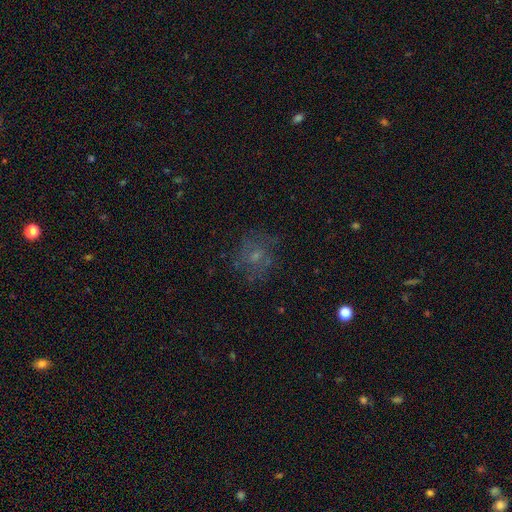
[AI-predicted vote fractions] Smooth or featured?
  - smooth: 46% *
  - featured or disk: 35%
  - star or artifact: 19%
Merging?
  - none: 66% *
  - minor disturbance: 18%
  - major disturbance: 15%
  - merger: 2%